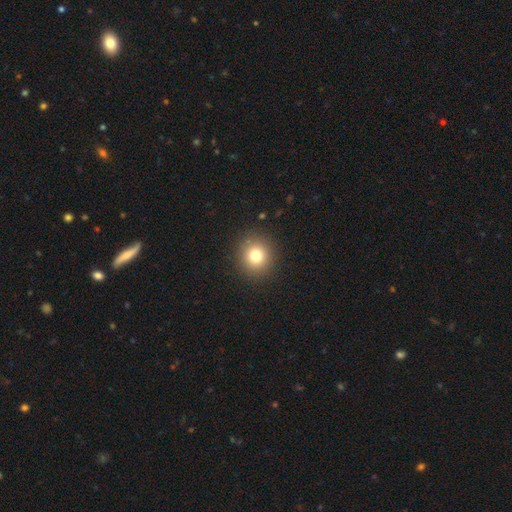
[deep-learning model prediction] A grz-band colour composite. It shows a smooth galaxy with no disk features (78%) that is round (91%). Merging: none (91%).